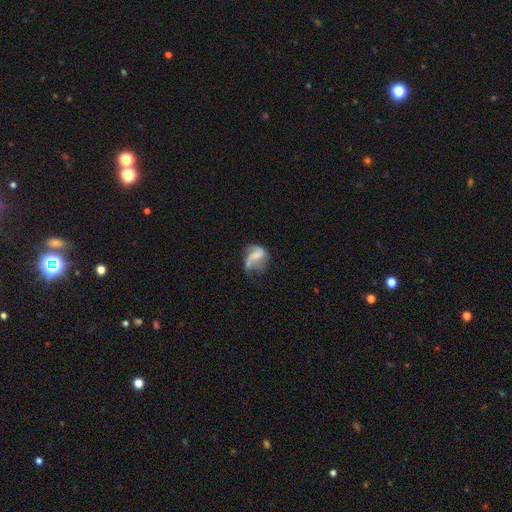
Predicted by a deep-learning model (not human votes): This appears to be a featured or disk galaxy (67%) with a weak bar (41%), 2 (72%) loose (65%) spiral arms (78%) and a small central bulge (37%, tied with none). Merging: none (39%).